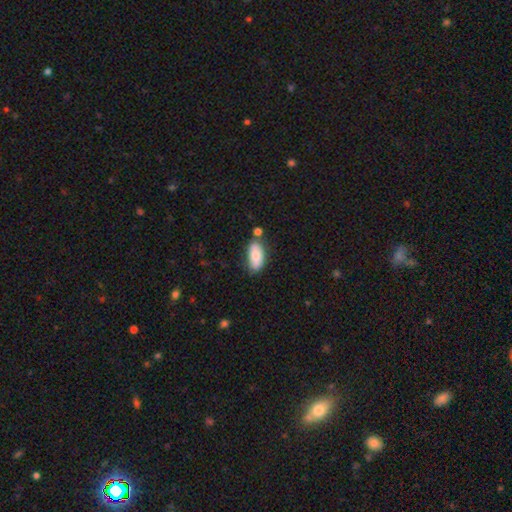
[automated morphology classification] smooth 77%, featured or disk 17%, star or artifact 7%. Down the decision tree: how rounded — in between (91%); merging — none (68%).